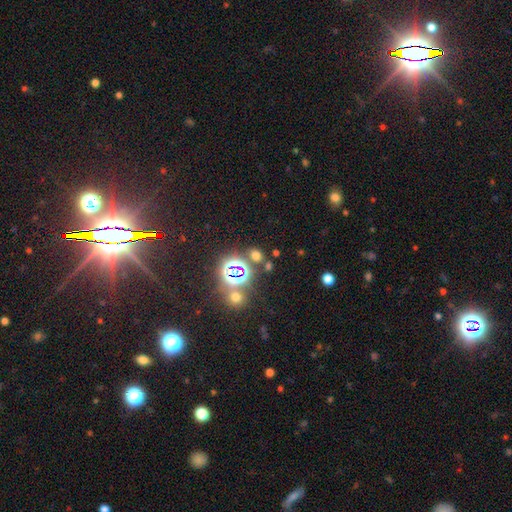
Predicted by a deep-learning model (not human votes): Overall: smooth (48%; star or artifact 45%). Merging: none (76%).